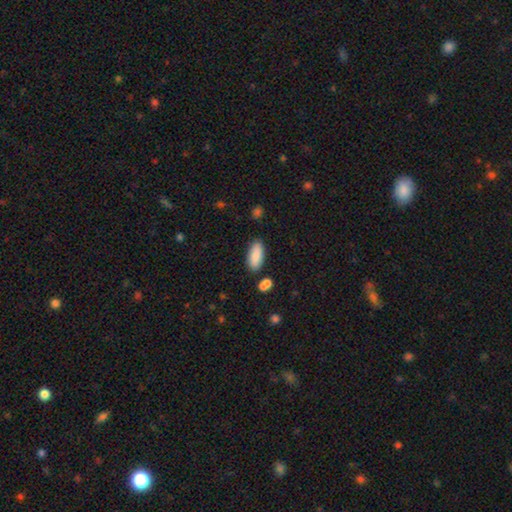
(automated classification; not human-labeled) This appears to be a smooth galaxy with no disk features (88%) that is in between round and cigar-shaped (81%). Merging: none (82%).